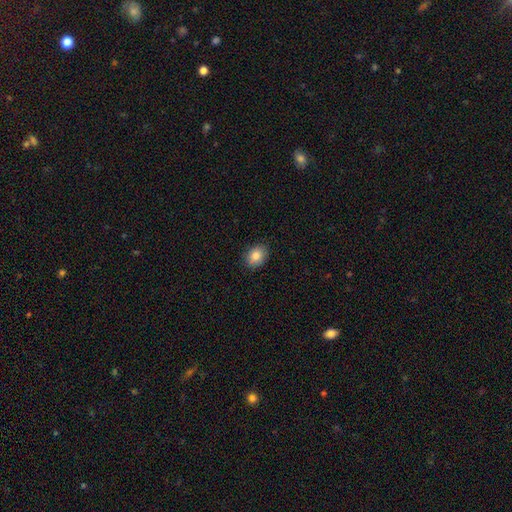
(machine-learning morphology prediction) smooth 85%, star or artifact 9%, featured or disk 6%. Down the decision tree: how rounded — in between (59%); merging — none (87%).